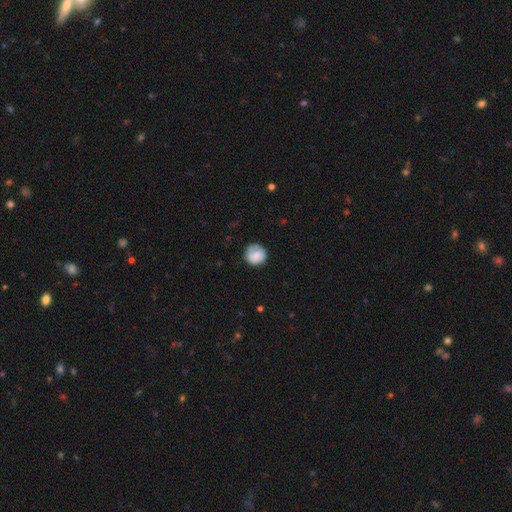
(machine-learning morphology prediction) Smooth or featured? Predicted: smooth (p=0.83). How rounded? Predicted: round (p=0.91). Merging? Predicted: none (p=0.75).